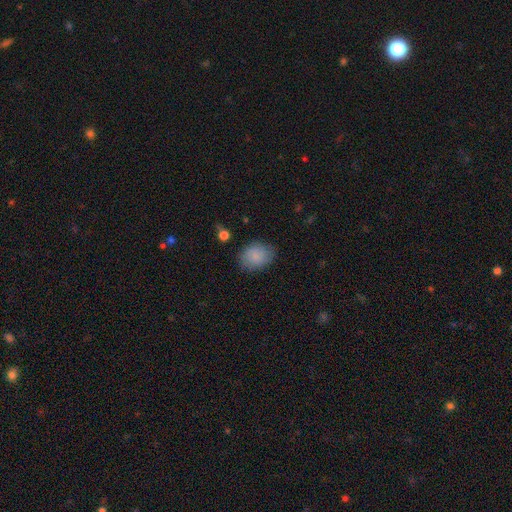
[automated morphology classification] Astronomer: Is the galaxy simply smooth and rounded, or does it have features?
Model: smooth — 86%.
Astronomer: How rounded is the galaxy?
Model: in between — 61% (runner-up: round, 38%).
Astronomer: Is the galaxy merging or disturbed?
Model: none — 79%.